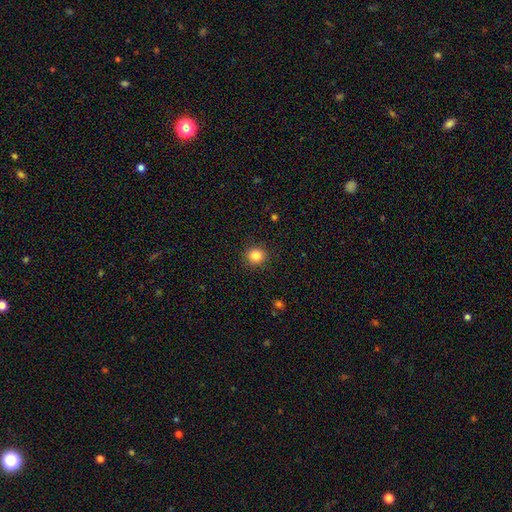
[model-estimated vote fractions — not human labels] Smooth or featured?
  - smooth: 84% *
  - star or artifact: 11%
  - featured or disk: 5%
How rounded?
  - round: 89% *
  - in between: 10%
  - cigar-shaped: 1%
Merging?
  - none: 91% *
  - minor disturbance: 6%
  - major disturbance: 2%
  - merger: 1%